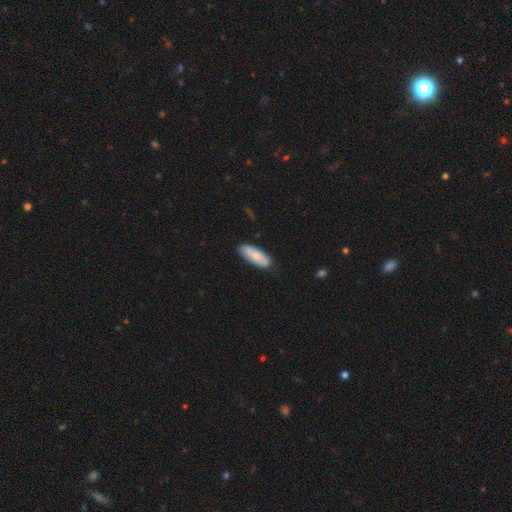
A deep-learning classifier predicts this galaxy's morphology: The model was most divided on "how rounded": in between: 69%, cigar-shaped: 29%, round: 2%. More confident: merging — none (83%); smooth or featured — smooth (71%).